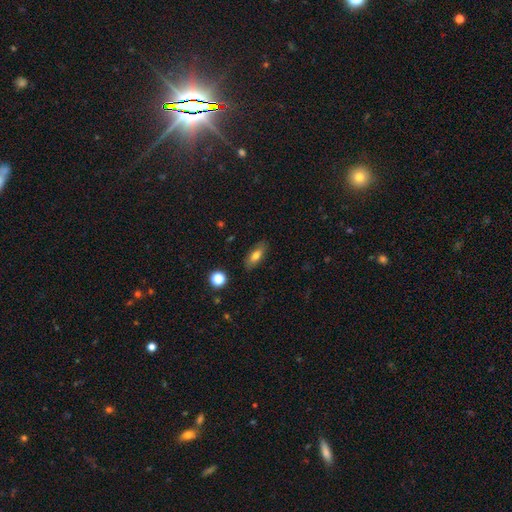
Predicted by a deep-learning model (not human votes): Smooth or featured: smooth — 72% (featured or disk — 20%)
How rounded: in between — 75% (cigar-shaped — 20%)
Merging: none — 86% (minor disturbance — 10%)